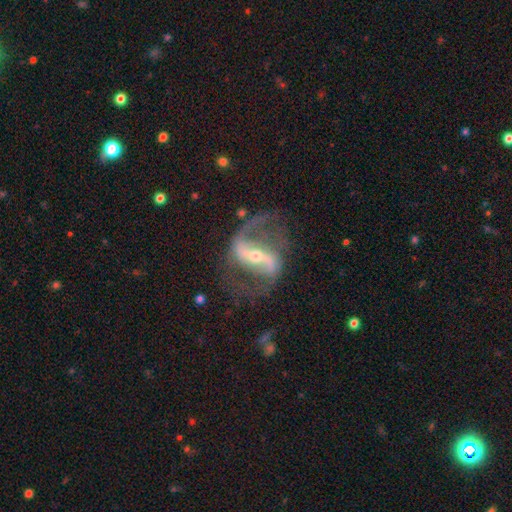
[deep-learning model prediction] A featured or disk galaxy (91%) with a strong bar (59%), 2 (92%) loose (57%) spiral arms (96%) and a small central bulge (56%). Merging: none (69%).